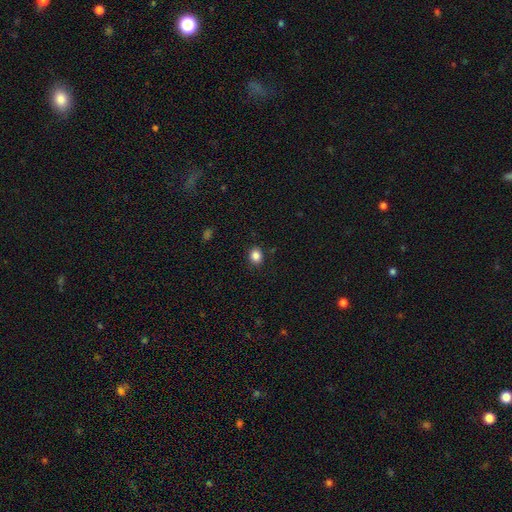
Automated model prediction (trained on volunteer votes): This is clearly a smooth galaxy (86%). How rounded: possibly round (51%). Merging: clearly none (88%).